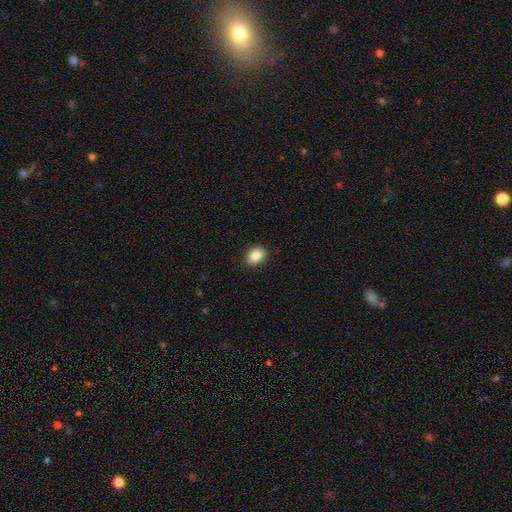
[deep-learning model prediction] A smooth galaxy with no disk features (85%) that is in between round and cigar-shaped (69%). Merging: none (88%).